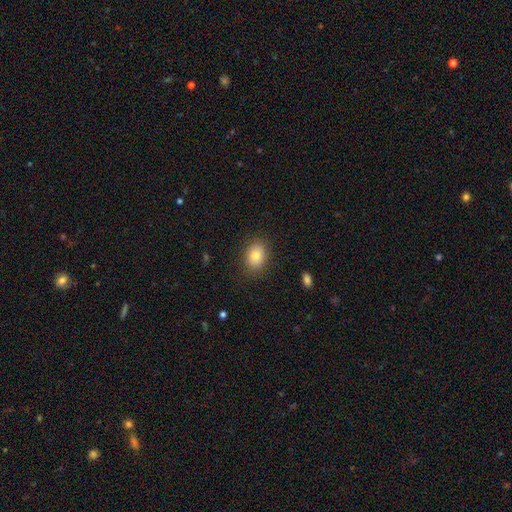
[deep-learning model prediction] smooth-or-featured: smooth: 81% | featured or disk: 10% | star or artifact: 9%
  how-rounded: in between: 65% | round: 34% | cigar-shaped: 1%
  merging: none: 86% | minor disturbance: 10% | major disturbance: 3% | merger: 1%